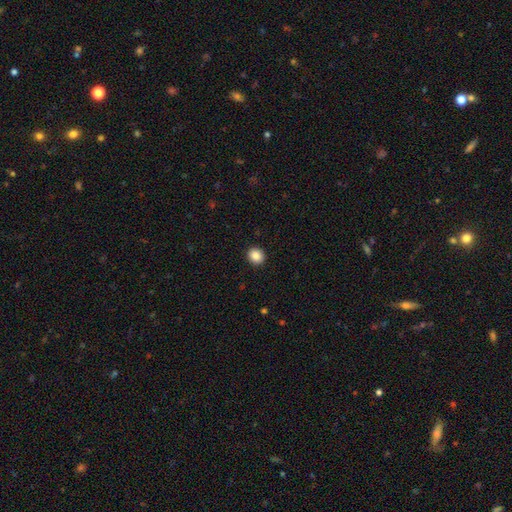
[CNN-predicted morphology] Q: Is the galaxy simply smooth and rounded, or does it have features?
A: smooth — 87%.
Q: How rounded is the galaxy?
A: round — 80%.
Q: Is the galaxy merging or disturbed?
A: none — 93%.